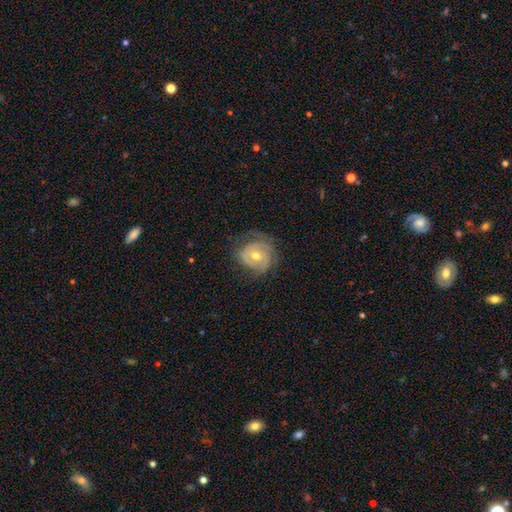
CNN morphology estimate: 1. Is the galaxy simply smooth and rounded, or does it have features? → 67% featured or disk, 26% smooth, 7% star or artifact.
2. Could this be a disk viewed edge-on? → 97% no, 3% yes.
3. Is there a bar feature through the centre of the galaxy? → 67% no, 27% weak, 7% strong.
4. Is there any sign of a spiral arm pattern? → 75% yes, 25% no.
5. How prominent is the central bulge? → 72% moderate, 23% small, 3% large, 1% none, 1% dominant.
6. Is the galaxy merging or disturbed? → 58% none, 25% minor disturbance, 15% major disturbance, 1% merger.